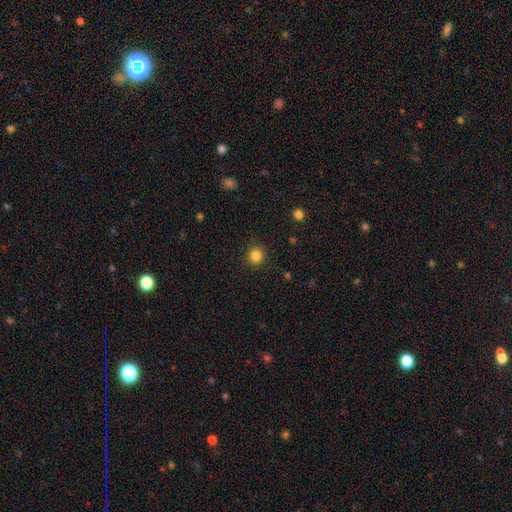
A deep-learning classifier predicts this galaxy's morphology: Smooth or featured? Predicted: smooth (p=0.84). How rounded? Predicted: round (p=0.91). Merging? Predicted: none (p=0.90).